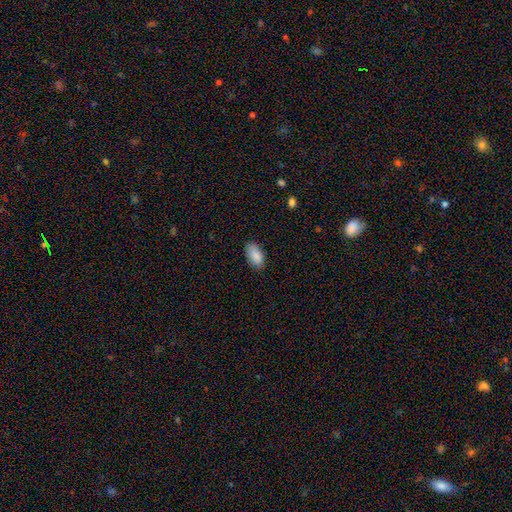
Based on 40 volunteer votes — Smooth or featured? 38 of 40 (95%) said smooth. How rounded? 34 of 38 (89%) said in between. Merging? 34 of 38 (89%) said none.